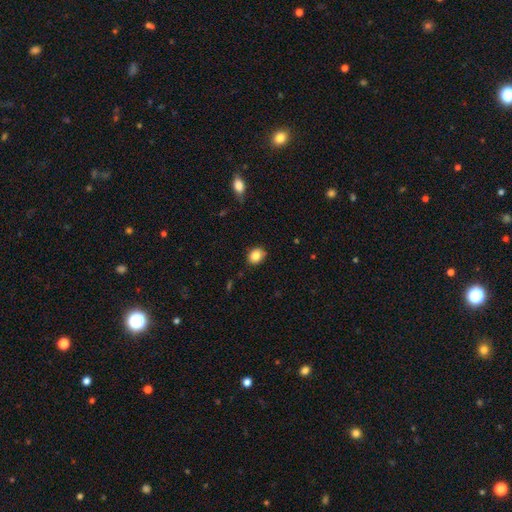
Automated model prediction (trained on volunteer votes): Overall: smooth (85%). How rounded: round (50%; in between 49%). Merging: none (83%).